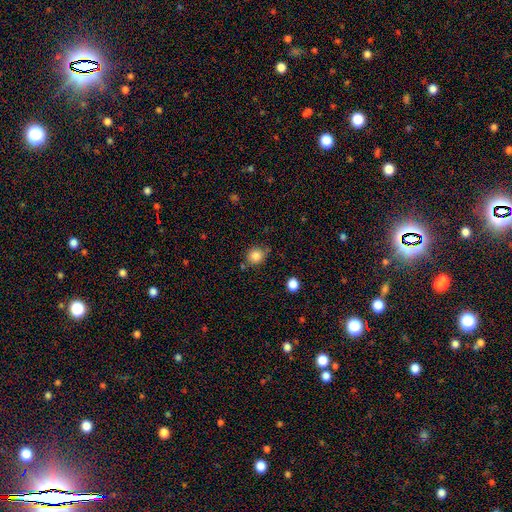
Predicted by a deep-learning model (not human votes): This is clearly a smooth galaxy (85%). How rounded: clearly round (80%). Merging: likely none (75%).